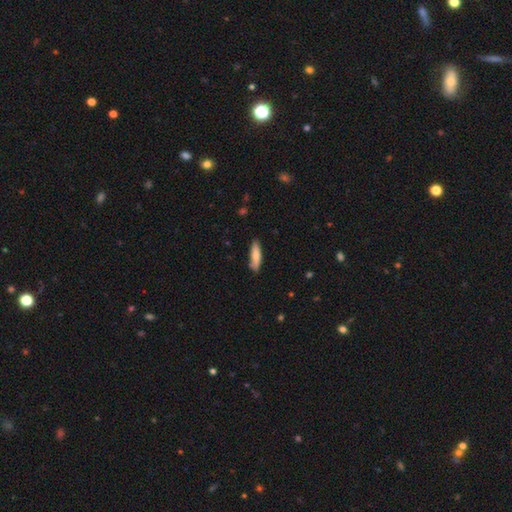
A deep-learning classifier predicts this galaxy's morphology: A smooth galaxy with no disk features (81%) that is cigar-shaped (64%). Merging: none (81%).